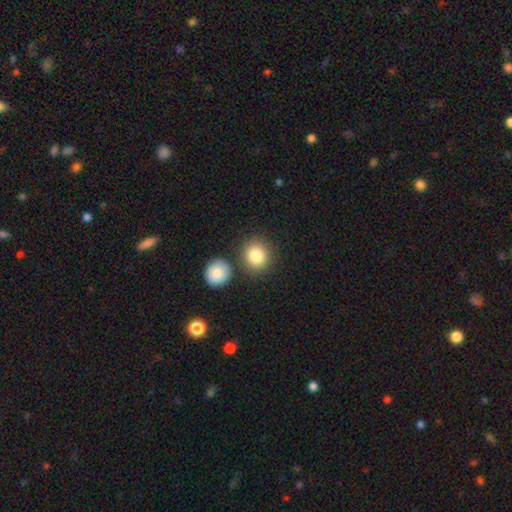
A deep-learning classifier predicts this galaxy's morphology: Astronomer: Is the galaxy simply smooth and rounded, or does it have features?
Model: smooth — 85%.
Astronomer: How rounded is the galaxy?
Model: round — 83%.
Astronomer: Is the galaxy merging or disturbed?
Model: none — 73%.